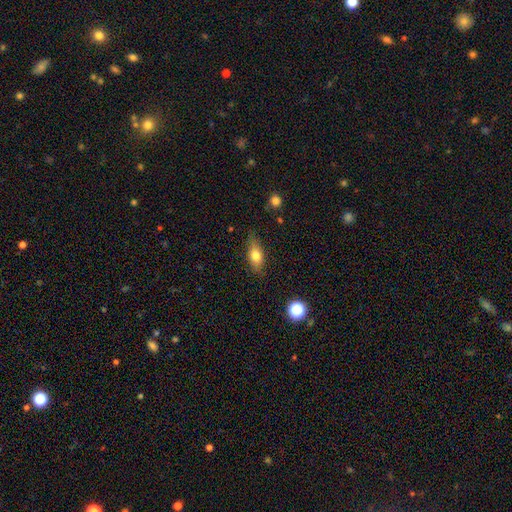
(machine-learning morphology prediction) This is likely a smooth galaxy (73%). How rounded: likely in between (78%). Merging: likely none (77%).